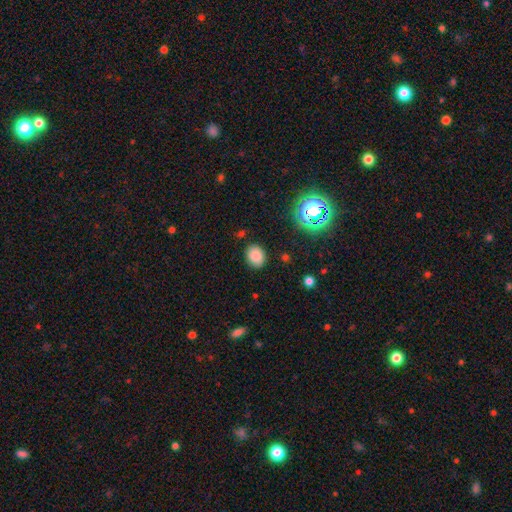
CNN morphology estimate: The model was most divided on "how rounded": in between: 52%, round: 47%, cigar-shaped: 1%. More confident: merging — none (85%); smooth or featured — smooth (82%).